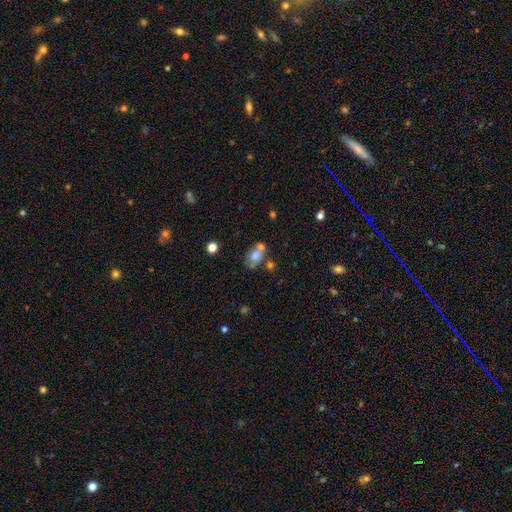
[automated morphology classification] Smooth or featured: smooth — 64% (featured or disk — 25%)
How rounded: in between — 80% (round — 18%)
Merging: none — 38% (merger — 37%)